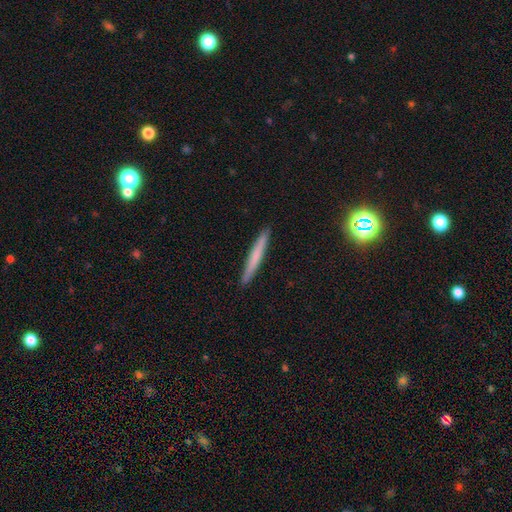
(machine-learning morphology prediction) This is likely a smooth galaxy (61%). How rounded: clearly cigar-shaped (97%). Merging: clearly none (92%).